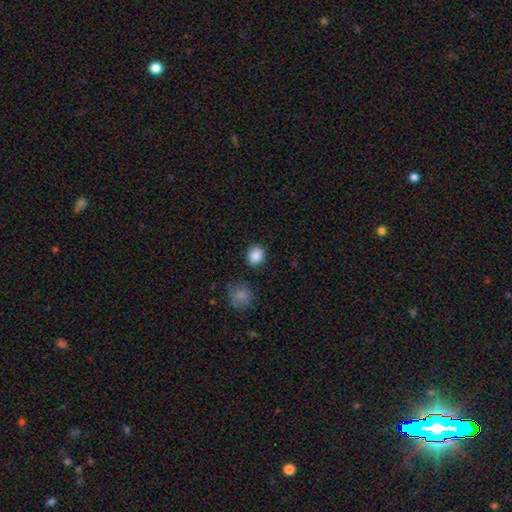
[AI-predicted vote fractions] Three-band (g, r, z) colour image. It shows a smooth galaxy with no disk features (88%) that is round (64%). Merging: none (86%).